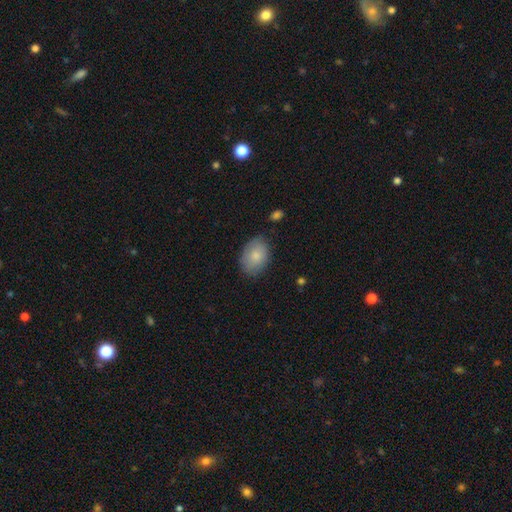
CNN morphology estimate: Smooth or featured? smooth (81%)
How rounded? in between (81%)
Merging? none (78%)